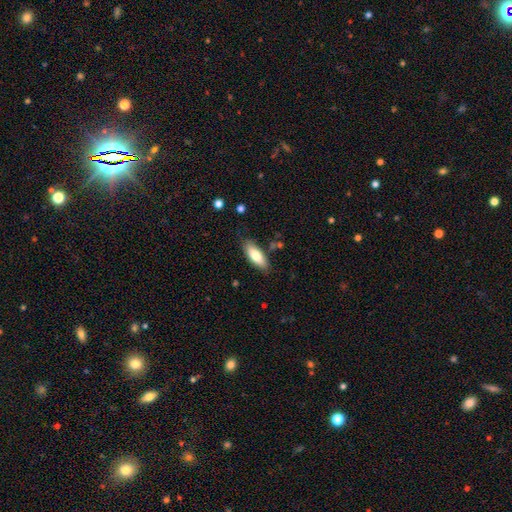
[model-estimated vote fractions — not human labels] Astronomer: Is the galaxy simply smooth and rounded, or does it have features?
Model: smooth — 78%.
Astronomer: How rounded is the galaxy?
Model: in between — 72%.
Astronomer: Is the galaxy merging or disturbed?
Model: none — 82%.